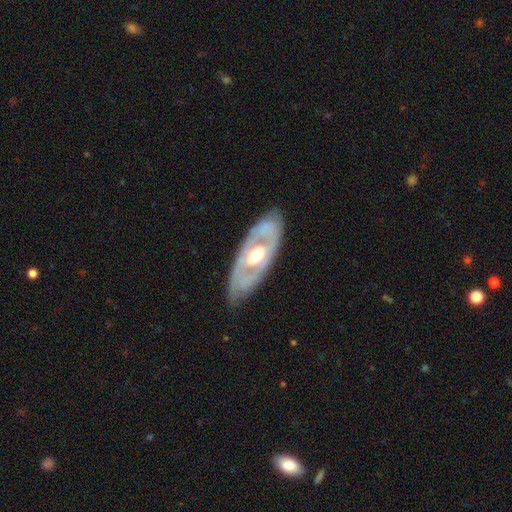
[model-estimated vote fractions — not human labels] A featured or disk galaxy (73%) with no bar (68%), no spiral arms (62%) and a moderate central bulge (72%). Merging: none (77%).